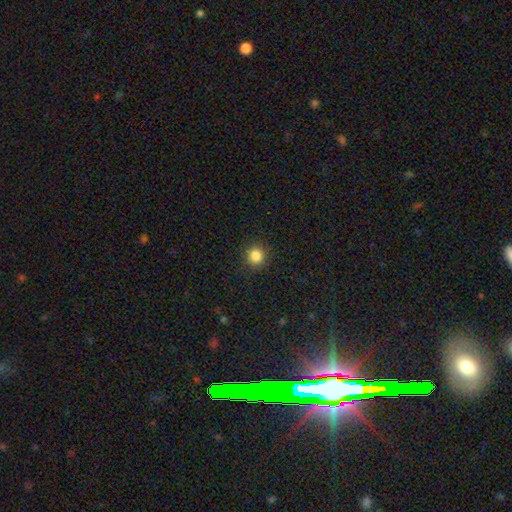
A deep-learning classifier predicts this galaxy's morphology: The model was most divided on "smooth or featured": smooth: 85%, star or artifact: 11%, featured or disk: 4%. More confident: how rounded — round (92%); merging — none (91%).